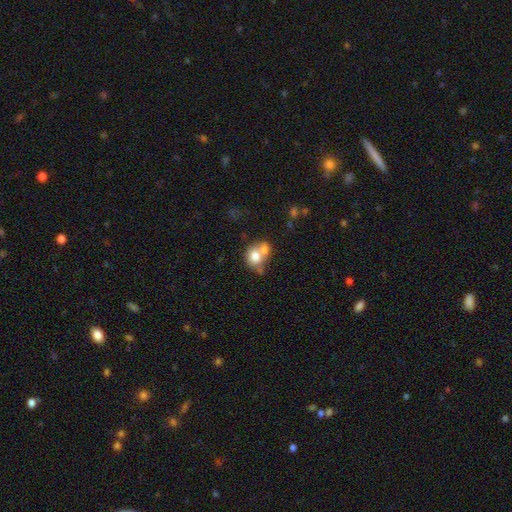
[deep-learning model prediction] This is likely a smooth galaxy (72%). How rounded: likely round (62%). Merging: possibly merger (56%).